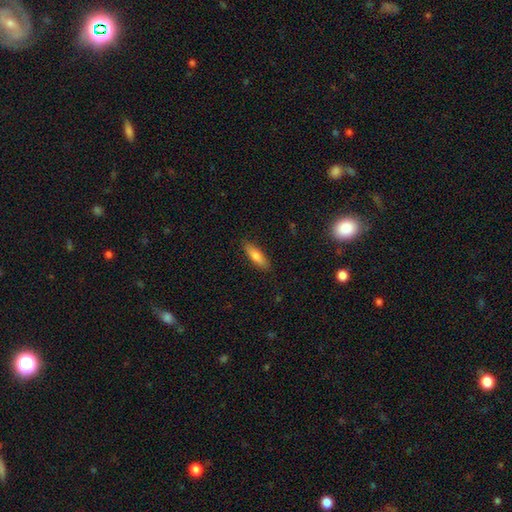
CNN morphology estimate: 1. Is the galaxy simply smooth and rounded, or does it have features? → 79% smooth, 15% featured or disk, 6% star or artifact.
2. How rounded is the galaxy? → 56% cigar-shaped, 43% in between, 2% round.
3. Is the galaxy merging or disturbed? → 87% none, 10% minor disturbance, 2% major disturbance, 1% merger.